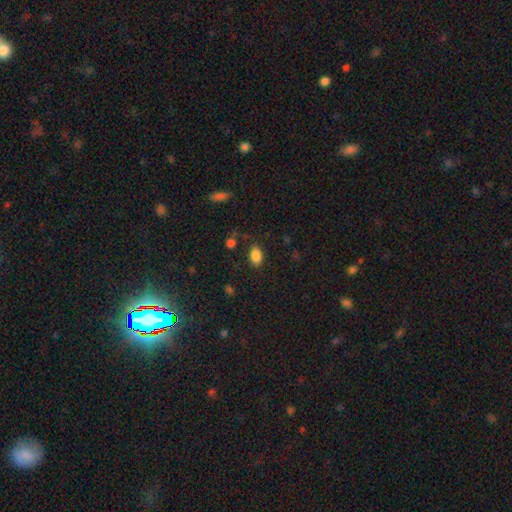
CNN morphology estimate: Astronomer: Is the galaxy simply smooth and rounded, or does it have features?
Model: smooth — 86%.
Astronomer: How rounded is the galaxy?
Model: in between — 86%.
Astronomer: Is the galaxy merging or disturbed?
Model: none — 80%.